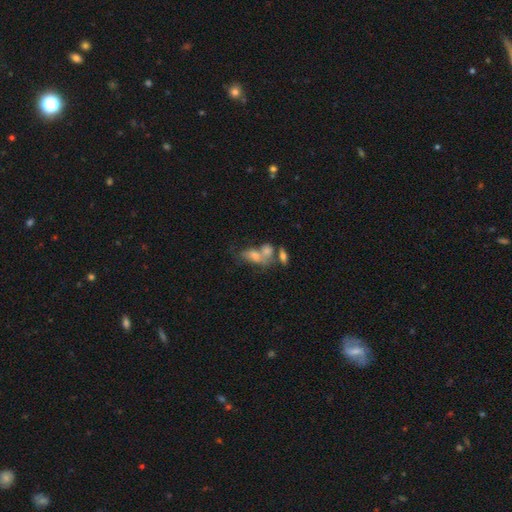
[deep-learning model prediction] smooth_or_featured: smooth (p=0.49) [alt: featured or disk p=0.33]
merging: merger (p=0.52) [alt: none p=0.25]